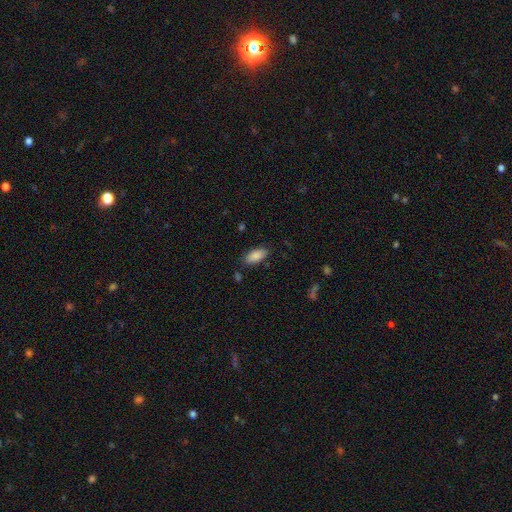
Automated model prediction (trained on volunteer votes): The model was most divided on "merging": none: 83%, minor disturbance: 12%, major disturbance: 3%, merger: 2%. More confident: how rounded — in between (90%); smooth or featured — smooth (87%).